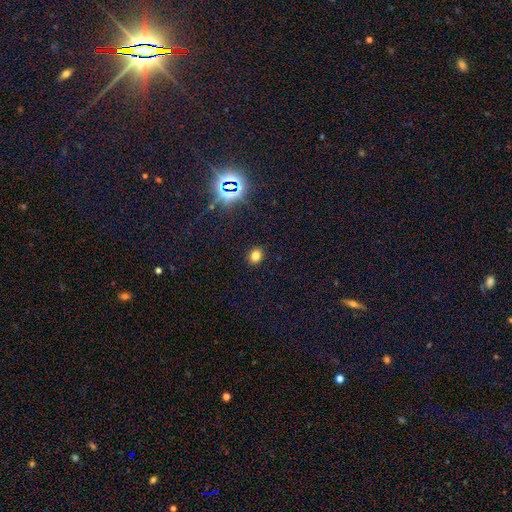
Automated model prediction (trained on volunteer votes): A smooth galaxy with no disk features (76%) that is round (70%). Merging: none (91%).